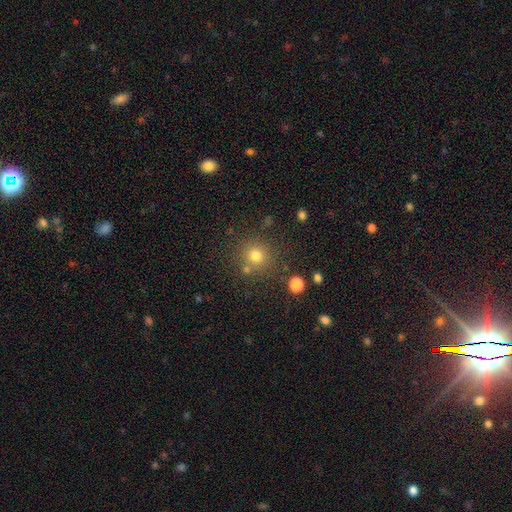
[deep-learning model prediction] This appears to be a smooth galaxy with no disk features (76%) that is round (92%). Merging: none (79%).